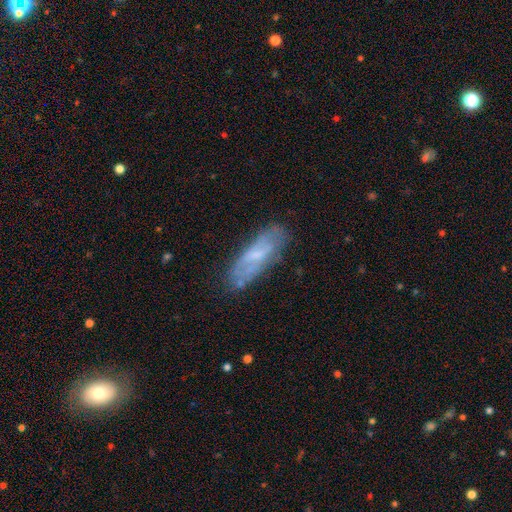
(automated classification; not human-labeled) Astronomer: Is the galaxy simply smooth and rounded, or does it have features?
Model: featured or disk — 51% (runner-up: smooth, 42%).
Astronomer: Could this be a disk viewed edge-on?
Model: no — 73%.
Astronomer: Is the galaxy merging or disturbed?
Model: none — 70%.